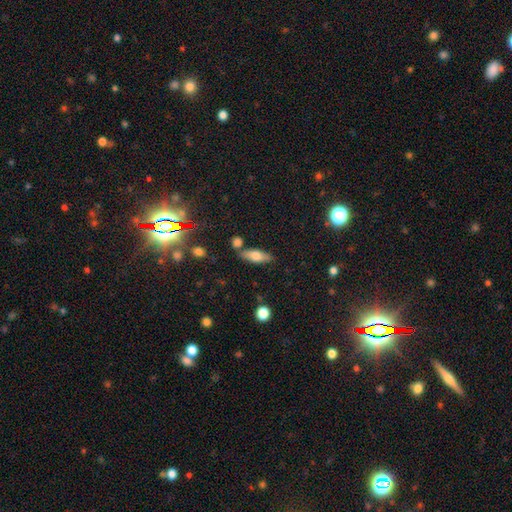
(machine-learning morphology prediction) A smooth galaxy with no disk features (64%) that is in between round and cigar-shaped (63%).

Vote fractions:
- Smooth or featured? smooth: 64% / featured or disk: 28% / star or artifact: 8%
- How rounded? in between: 63% / cigar-shaped: 34% / round: 3%
- Merging? none: 75% / minor disturbance: 13% / merger: 9% / major disturbance: 3%